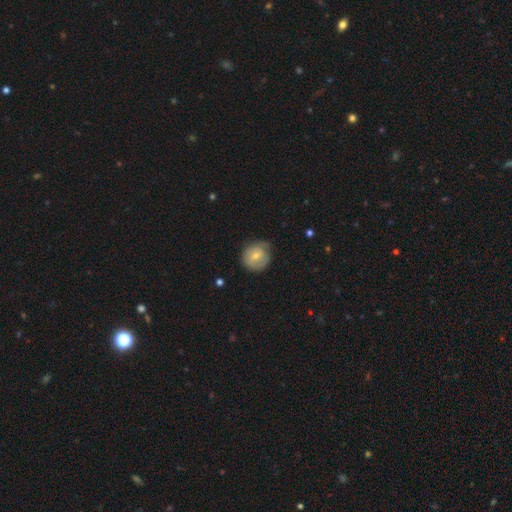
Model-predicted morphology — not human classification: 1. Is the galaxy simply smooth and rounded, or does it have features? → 56% smooth, 38% featured or disk, 7% star or artifact.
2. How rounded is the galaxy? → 81% round, 18% in between, 1% cigar-shaped.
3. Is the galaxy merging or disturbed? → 60% none, 30% minor disturbance, 9% major disturbance, 1% merger.